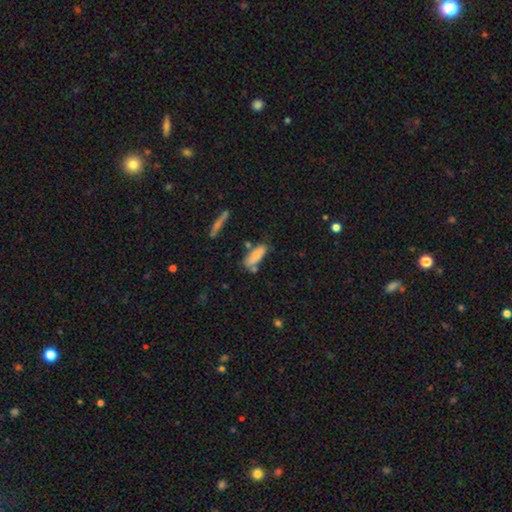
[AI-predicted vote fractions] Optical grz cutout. It shows a smooth galaxy with no disk features (80%) that is in between round and cigar-shaped (67%). Merging: none (55%).